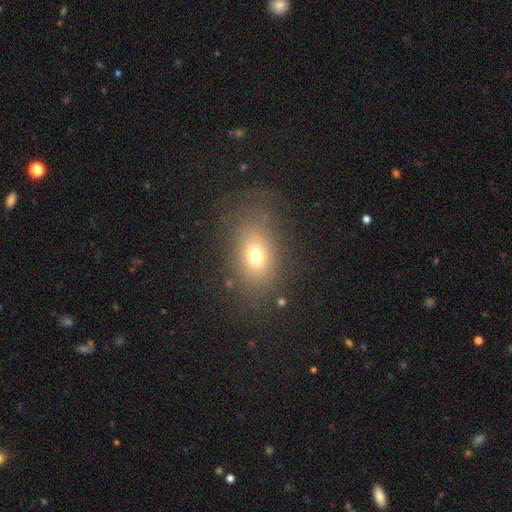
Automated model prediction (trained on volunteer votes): smooth_or_featured: smooth (p=0.68) [alt: featured or disk p=0.17]
how_rounded: in between (p=0.75) [alt: round p=0.23]
merging: none (p=0.70) [alt: minor disturbance p=0.16]